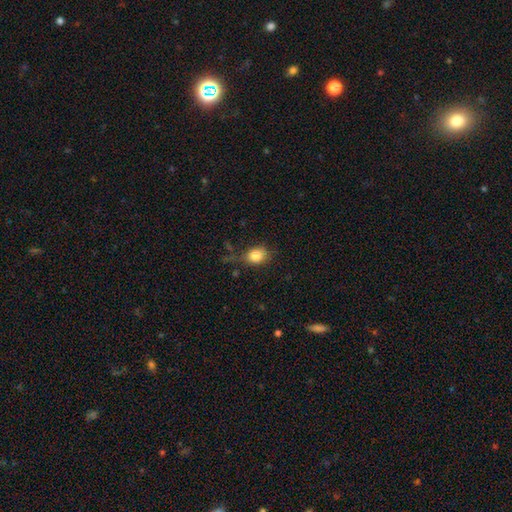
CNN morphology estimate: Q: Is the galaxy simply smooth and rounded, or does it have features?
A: smooth — 84%.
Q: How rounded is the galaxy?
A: in between — 53%.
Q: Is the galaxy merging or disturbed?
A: none — 64%.